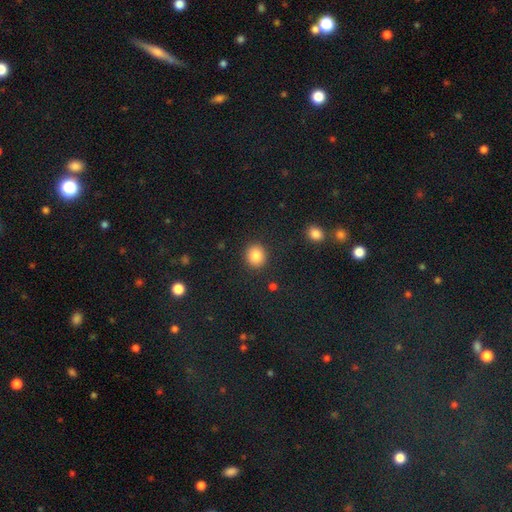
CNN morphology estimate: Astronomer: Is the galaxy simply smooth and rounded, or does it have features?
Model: smooth — 86%.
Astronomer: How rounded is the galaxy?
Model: round — 84%.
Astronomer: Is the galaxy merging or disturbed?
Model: none — 90%.